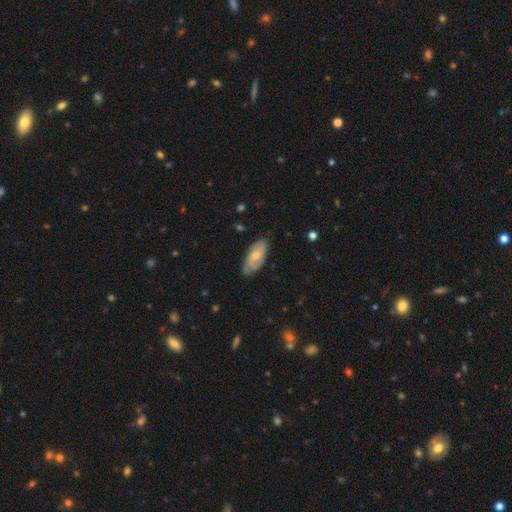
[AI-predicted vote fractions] Overall: smooth (54%; featured or disk 40%). How rounded: in between (87%). Merging: none (68%).